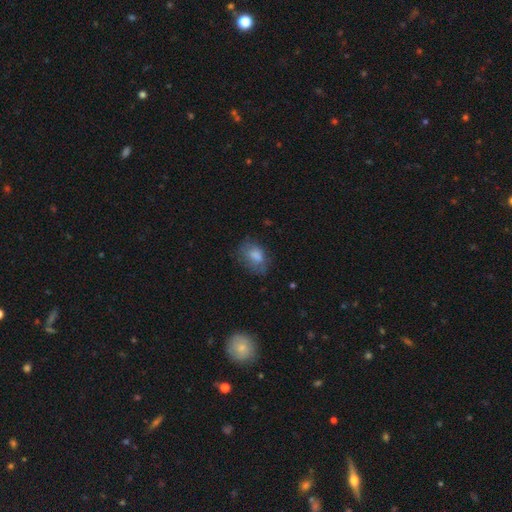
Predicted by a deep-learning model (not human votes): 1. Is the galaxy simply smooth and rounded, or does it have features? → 73% smooth, 17% featured or disk, 9% star or artifact.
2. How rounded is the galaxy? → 78% in between, 20% round, 1% cigar-shaped.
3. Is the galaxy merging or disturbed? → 58% none, 26% minor disturbance, 14% major disturbance, 2% merger.